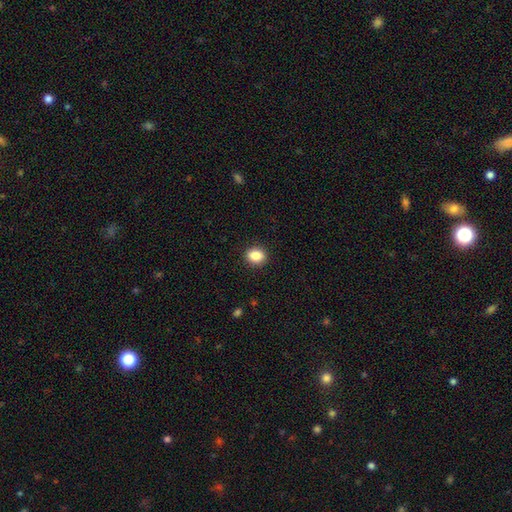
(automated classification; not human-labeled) smooth_or_featured: smooth (p=0.85) [alt: star or artifact p=0.09]
how_rounded: round (p=0.50) [alt: in between p=0.49]
merging: none (p=0.90) [alt: minor disturbance p=0.07]